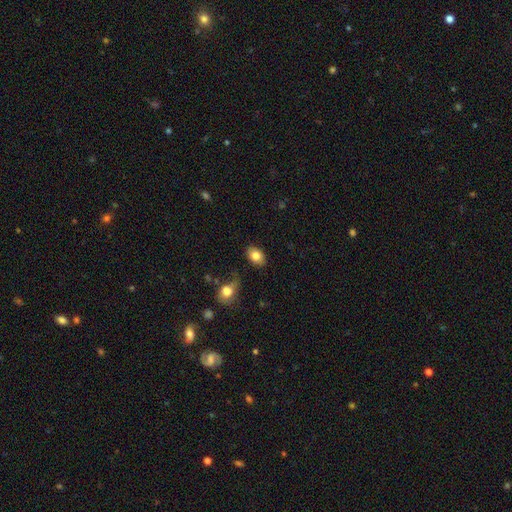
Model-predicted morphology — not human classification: Overall: smooth (83%). How rounded: in between (80%). Merging: none (81%).